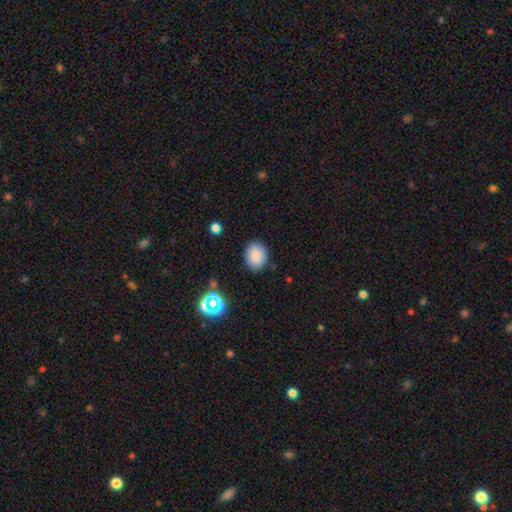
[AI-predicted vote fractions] smooth 85%, star or artifact 10%, featured or disk 5%. Down the decision tree: how rounded — in between (55%); merging — none (84%).